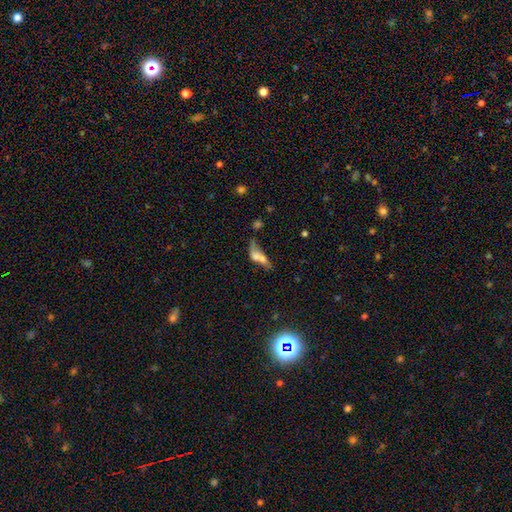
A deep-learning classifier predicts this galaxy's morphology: Overall: smooth (53%; featured or disk 34%). How rounded: in between (64%; cigar-shaped 28%). Merging: merger (48%; major disturbance 20%).